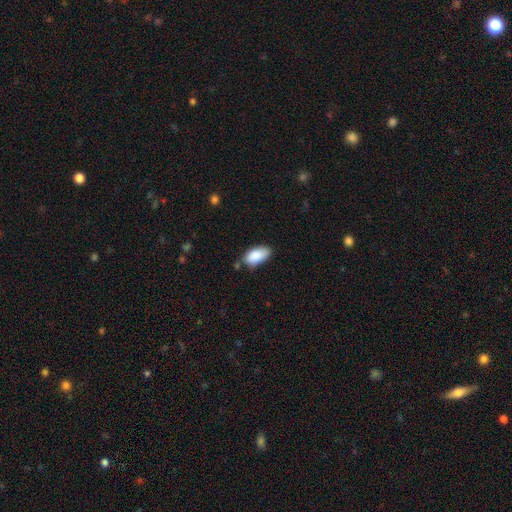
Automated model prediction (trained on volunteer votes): smooth 88%, star or artifact 7%, featured or disk 5%. Down the decision tree: how rounded — in between (94%); merging — none (68%).